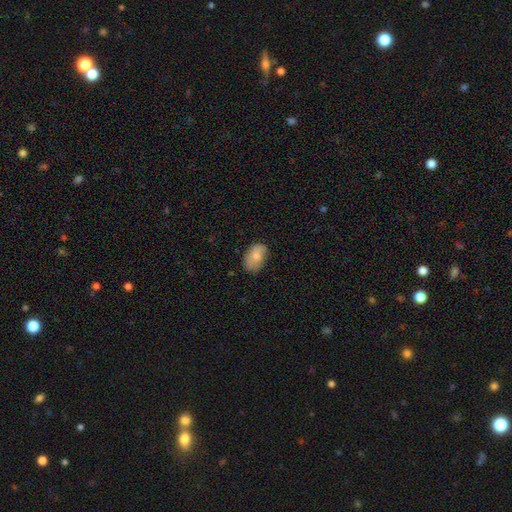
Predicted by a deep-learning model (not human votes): Smooth or featured: smooth — 72% (featured or disk — 21%)
How rounded: in between — 88% (round — 11%)
Merging: none — 68% (minor disturbance — 25%)